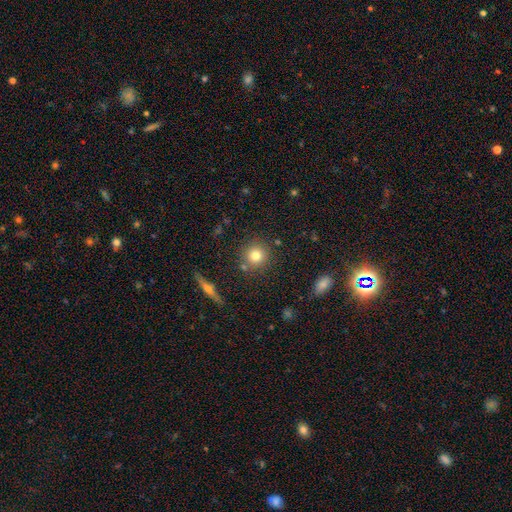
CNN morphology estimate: Overall: smooth (77%). How rounded: round (91%). Merging: none (82%).